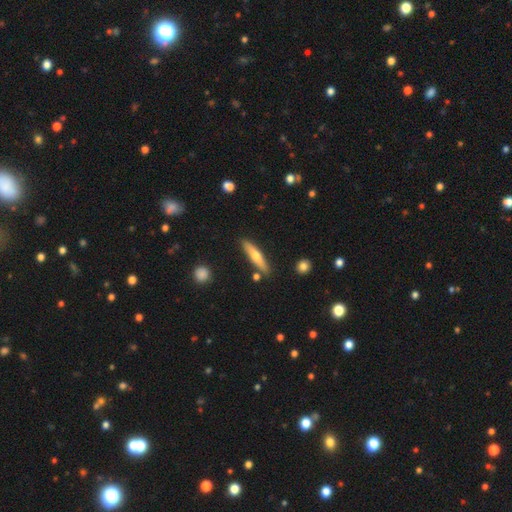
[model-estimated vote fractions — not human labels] A smooth galaxy with no disk features (51%) that is cigar-shaped (82%).

Vote fractions:
- Smooth or featured? smooth: 51% / featured or disk: 43% / star or artifact: 6%
- How rounded? cigar-shaped: 82% / in between: 16% / round: 2%
- Merging? none: 83% / minor disturbance: 10% / merger: 5% / major disturbance: 2%